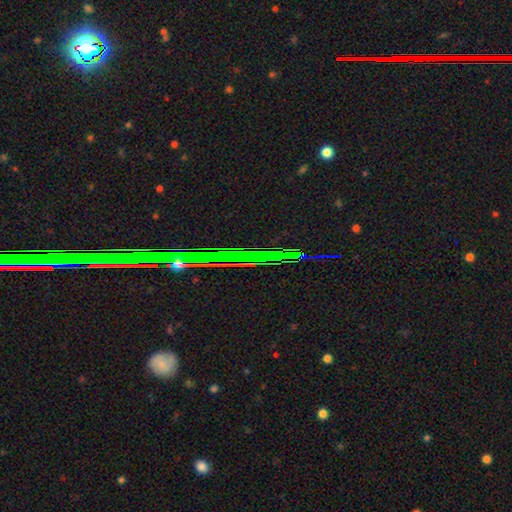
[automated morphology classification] Smooth or featured: star or artifact — 66% (featured or disk — 21%)